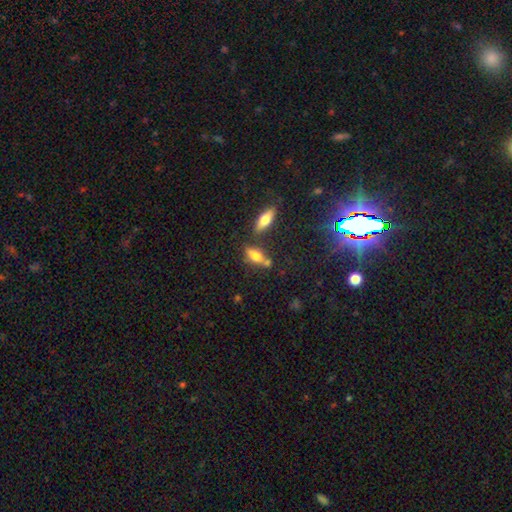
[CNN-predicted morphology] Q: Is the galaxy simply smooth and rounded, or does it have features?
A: smooth — 69%.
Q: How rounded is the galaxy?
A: in between — 71%.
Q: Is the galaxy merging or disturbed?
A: none — 56%.